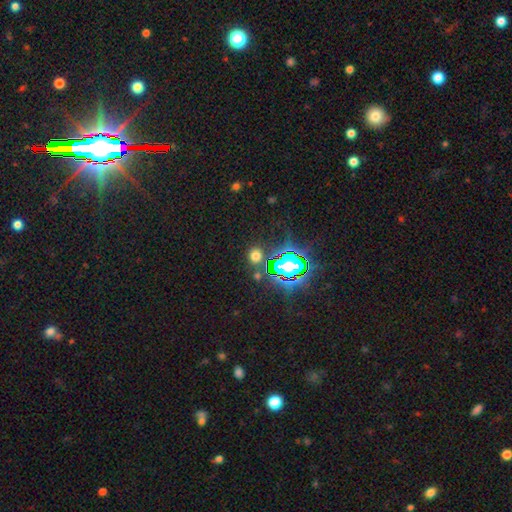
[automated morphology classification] The model was most divided on "smooth or featured": smooth: 54%, star or artifact: 39%, featured or disk: 7%. More confident: merging — none (83%); how rounded — round (81%).